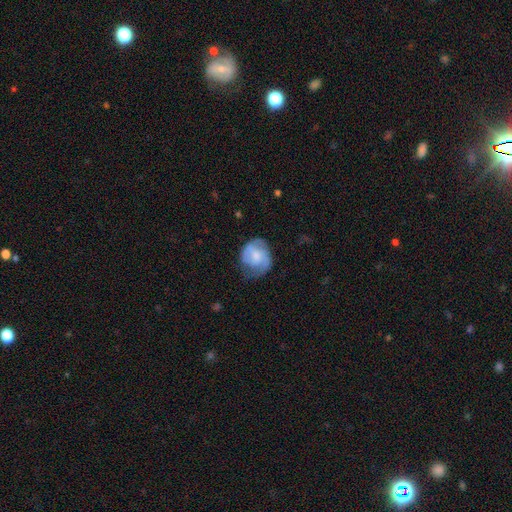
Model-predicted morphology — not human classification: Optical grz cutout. It shows a featured or disk galaxy (54%) with no bar (51%), spiral arms (82%) and a moderate central bulge (40%). Merging: none (53%).